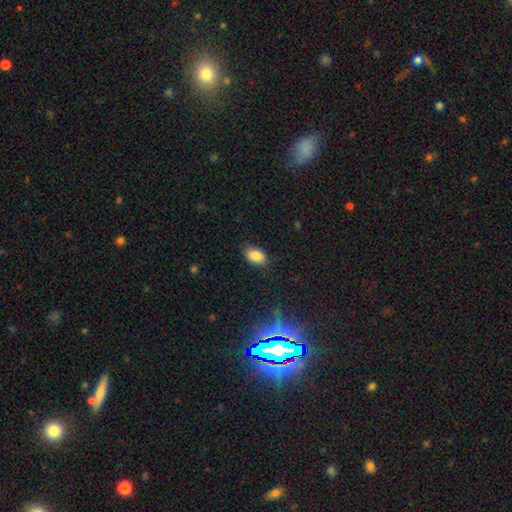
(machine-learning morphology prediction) A smooth galaxy with no disk features (86%) that is in between round and cigar-shaped (90%). Merging: none (83%).